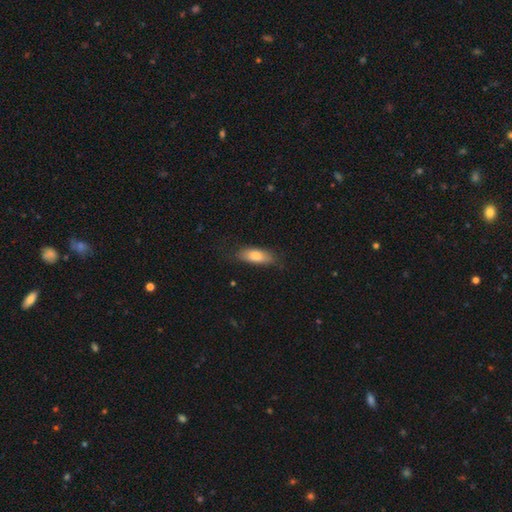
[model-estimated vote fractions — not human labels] This is likely a smooth galaxy (75%). How rounded: likely in between (66%). Merging: likely none (75%).